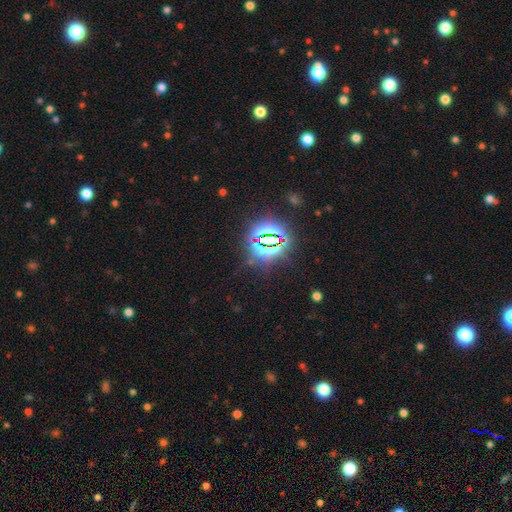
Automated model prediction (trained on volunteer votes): Smooth or featured?
  - star or artifact: 83% *
  - smooth: 10%
  - featured or disk: 7%